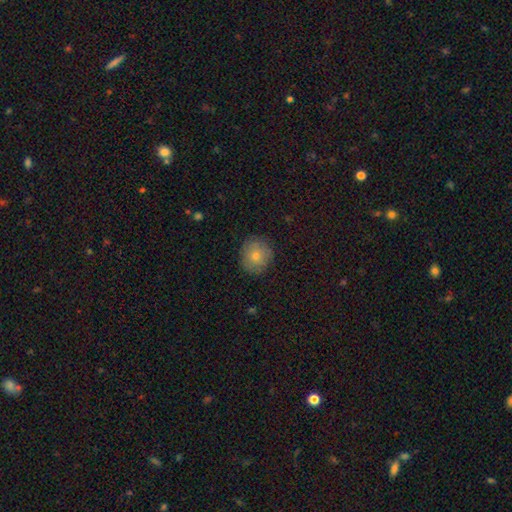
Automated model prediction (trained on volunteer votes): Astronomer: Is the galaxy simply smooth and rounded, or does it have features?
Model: smooth — 76%.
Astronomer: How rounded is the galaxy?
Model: round — 87%.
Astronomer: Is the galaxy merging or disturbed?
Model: none — 87%.